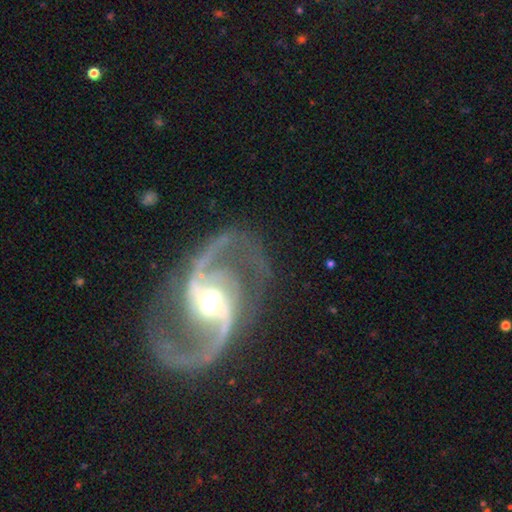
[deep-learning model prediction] Smooth or featured?
  - featured or disk: 93% *
  - star or artifact: 4%
  - smooth: 2%
Edge-on disk?
  - no: 98% *
  - yes: 2%
Bar?
  - weak: 41% *
  - strong: 36%
  - no: 23%
Spiral arms?
  - yes: 98% *
  - no: 2%
Spiral winding?
  - medium: 62% *
  - loose: 26%
  - tight: 12%
Spiral arm count?
  - 2: 94% *
  - 3: 2%
  - can't tell: 1%
  - 1: 1%
  - 4: 1%
  - more than 4: 1%
Bulge size?
  - moderate: 64% *
  - small: 23%
  - large: 10%
  - none: 1%
  - dominant: 1%
Merging?
  - none: 79% *
  - minor disturbance: 12%
  - major disturbance: 7%
  - merger: 2%